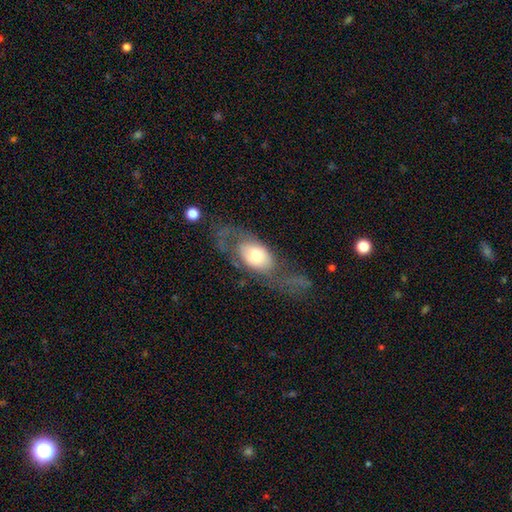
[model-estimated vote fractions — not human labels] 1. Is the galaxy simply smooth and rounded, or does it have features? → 49% smooth, 44% featured or disk, 7% star or artifact.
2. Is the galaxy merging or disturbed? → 42% none, 34% major disturbance, 20% minor disturbance, 4% merger.